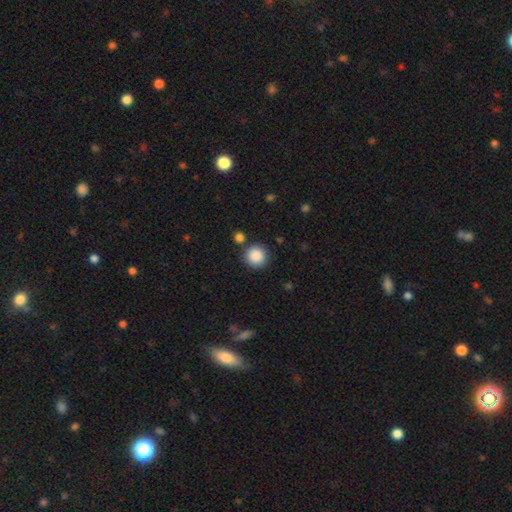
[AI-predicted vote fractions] Smooth or featured? smooth (88%)
How rounded? round (94%)
Merging? none (83%)